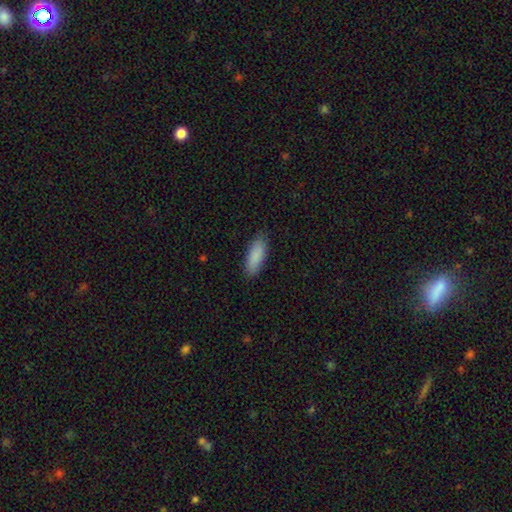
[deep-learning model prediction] Smooth or featured? smooth (88%)
How rounded? in between (70%)
Merging? none (86%)